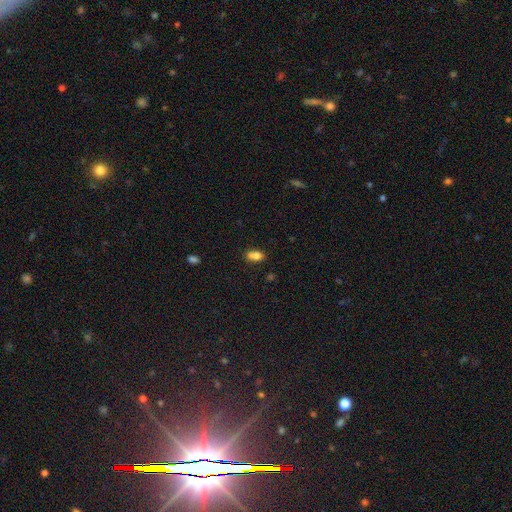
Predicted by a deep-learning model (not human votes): Smooth or featured? Predicted: smooth (p=0.75). How rounded? Predicted: in between (p=0.73). Merging? Predicted: merger (p=0.40).